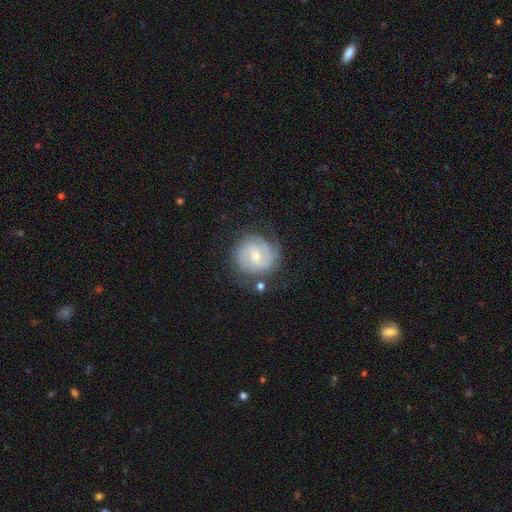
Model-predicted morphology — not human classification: Smooth or featured: featured or disk — 76% (smooth — 17%)
Edge-on disk: no — 98% (yes — 2%)
Bar: no — 52% (weak — 40%)
Spiral arms: yes — 93% (no — 7%)
Spiral winding: tight — 61% (medium — 30%)
Spiral arm count: 2 — 41% (can't tell — 29%)
Bulge size: small — 51% (moderate — 46%)
Merging: none — 71% (minor disturbance — 17%)